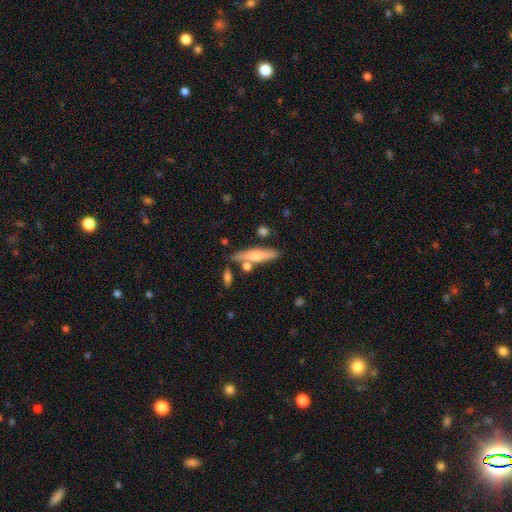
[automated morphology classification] Q: Smooth or featured?
A: smooth (55%); runner-up: featured or disk (38%)
Q: How rounded?
A: cigar-shaped (81%); runner-up: in between (17%)
Q: Merging?
A: none (72%); runner-up: minor disturbance (13%)